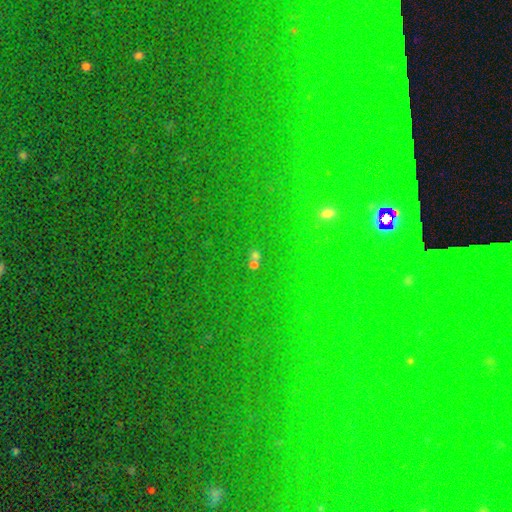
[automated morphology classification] Overall: star or artifact (76%).